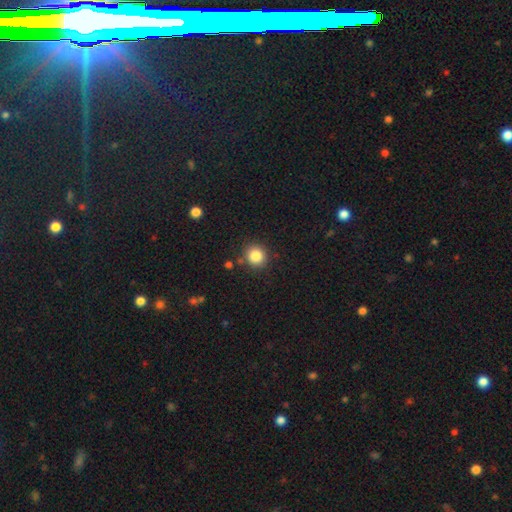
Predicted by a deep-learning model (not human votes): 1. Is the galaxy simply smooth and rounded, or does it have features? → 84% smooth, 11% star or artifact, 5% featured or disk.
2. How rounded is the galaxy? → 88% round, 11% in between, 1% cigar-shaped.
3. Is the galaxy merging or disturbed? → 86% none, 8% minor disturbance, 4% merger, 2% major disturbance.